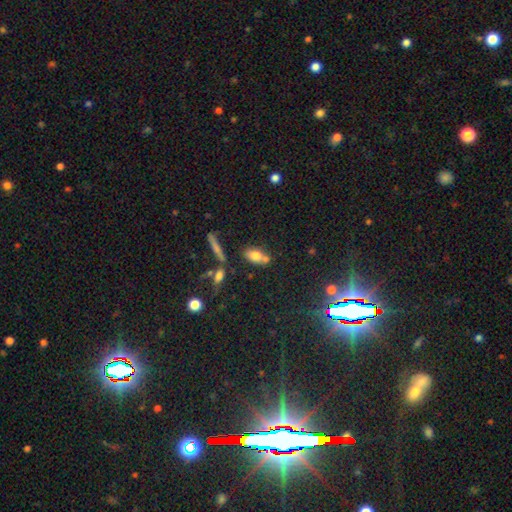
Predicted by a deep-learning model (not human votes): The model was most divided on "merging": none: 51%, merger: 29%, minor disturbance: 15%, major disturbance: 5%. More confident: how rounded — in between (80%); smooth or featured — smooth (71%).